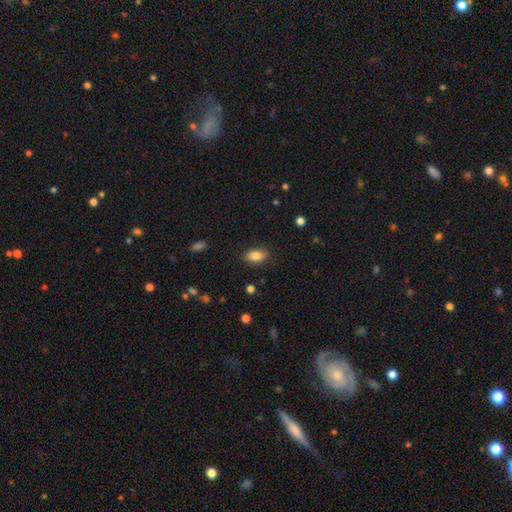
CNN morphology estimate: Smooth or featured?
  - smooth: 85% *
  - star or artifact: 8%
  - featured or disk: 7%
How rounded?
  - in between: 90% *
  - round: 7%
  - cigar-shaped: 2%
Merging?
  - none: 86% *
  - minor disturbance: 10%
  - major disturbance: 3%
  - merger: 1%